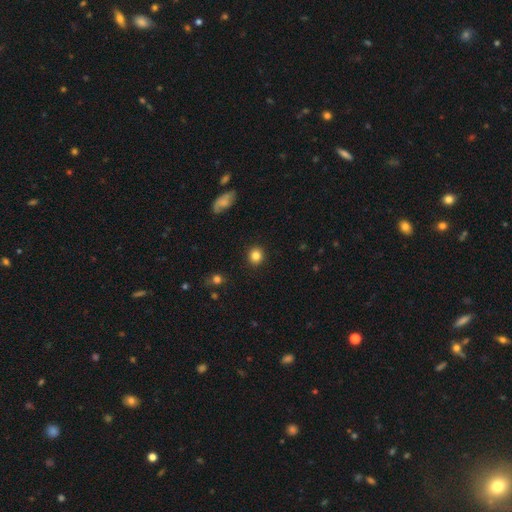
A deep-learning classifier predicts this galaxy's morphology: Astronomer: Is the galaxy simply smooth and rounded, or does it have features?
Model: smooth — 84%.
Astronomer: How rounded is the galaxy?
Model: round — 86%.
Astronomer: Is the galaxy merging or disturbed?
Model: none — 91%.